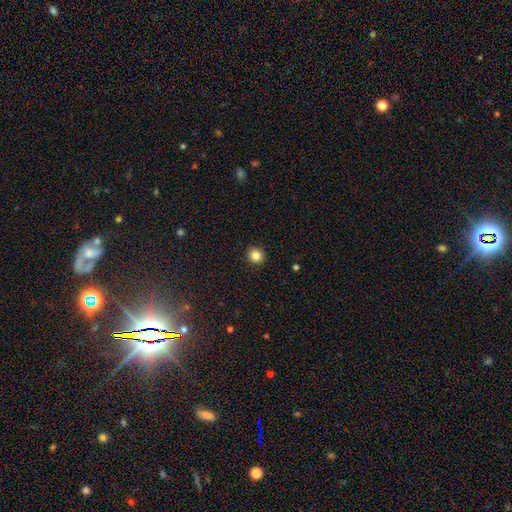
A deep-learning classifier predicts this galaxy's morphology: Q: Smooth or featured?
A: smooth (84%); runner-up: star or artifact (11%)
Q: How rounded?
A: round (84%); runner-up: in between (15%)
Q: Merging?
A: none (93%); runner-up: minor disturbance (5%)